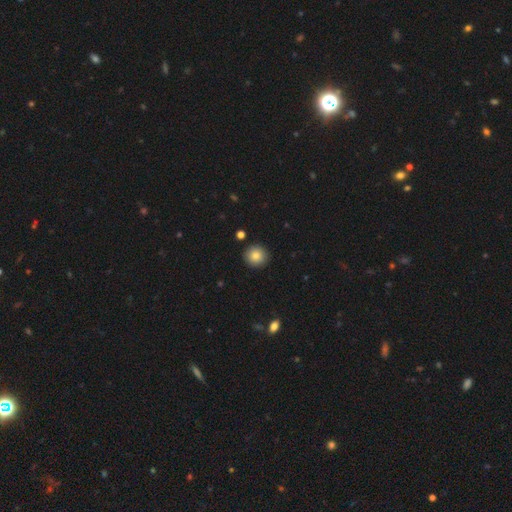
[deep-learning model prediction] smooth-or-featured: smooth: 83% | star or artifact: 9% | featured or disk: 7%
  how-rounded: round: 93% | in between: 6% | cigar-shaped: 1%
  merging: none: 91% | minor disturbance: 5% | major disturbance: 2% | merger: 1%